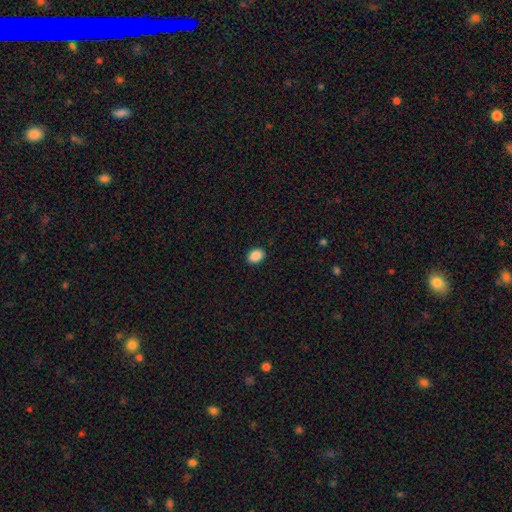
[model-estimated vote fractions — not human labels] smooth_or_featured: smooth (p=0.89) [alt: star or artifact p=0.08]
how_rounded: in between (p=0.70) [alt: round p=0.29]
merging: none (p=0.91) [alt: minor disturbance p=0.07]